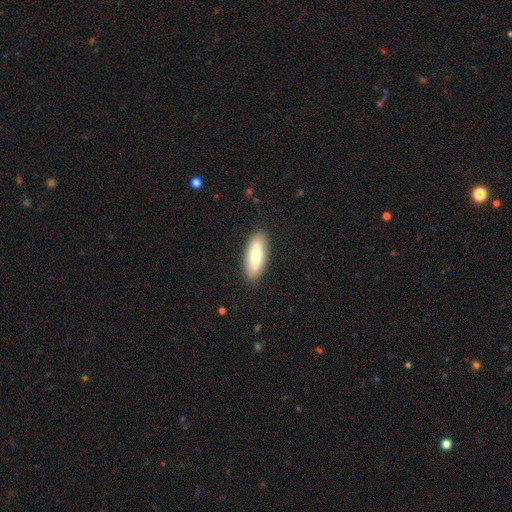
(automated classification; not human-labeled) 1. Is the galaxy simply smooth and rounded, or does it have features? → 71% smooth, 24% featured or disk, 5% star or artifact.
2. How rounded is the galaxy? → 69% in between, 29% cigar-shaped, 2% round.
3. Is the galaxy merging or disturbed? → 89% none, 9% minor disturbance, 2% major disturbance, 1% merger.